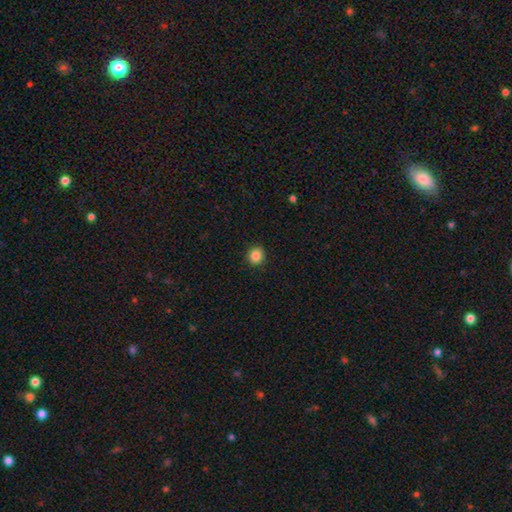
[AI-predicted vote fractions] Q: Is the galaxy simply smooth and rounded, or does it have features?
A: smooth — 86%.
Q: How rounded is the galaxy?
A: round — 86%.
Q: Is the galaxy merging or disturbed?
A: none — 92%.